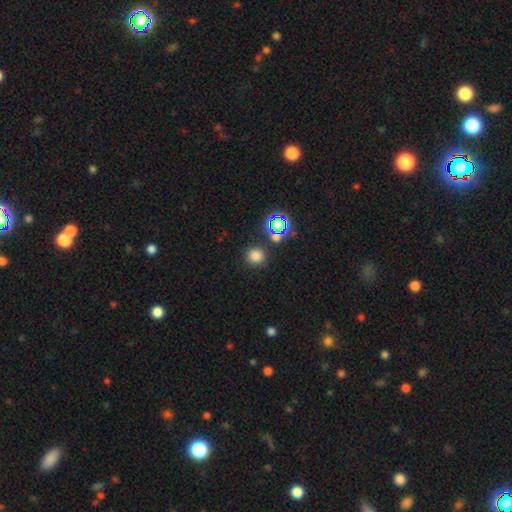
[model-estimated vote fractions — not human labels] Smooth or featured?
  - smooth: 75% *
  - star or artifact: 19%
  - featured or disk: 5%
How rounded?
  - round: 91% *
  - in between: 9%
  - cigar-shaped: 1%
Merging?
  - none: 83% *
  - minor disturbance: 8%
  - merger: 6%
  - major disturbance: 3%